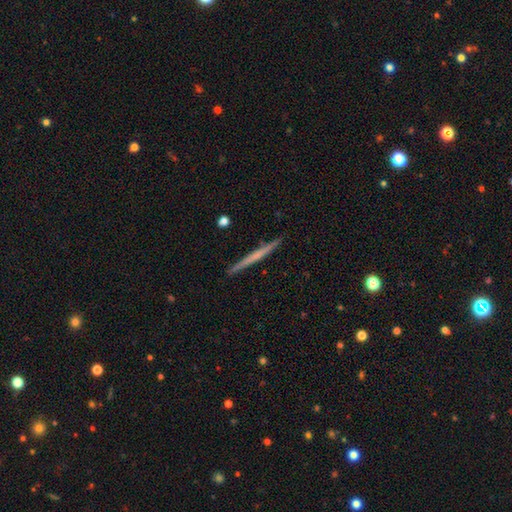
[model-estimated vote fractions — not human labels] Smooth or featured?
  - featured or disk: 53% *
  - smooth: 41%
  - star or artifact: 6%
Edge-on disk?
  - yes: 98% *
  - no: 2%
Edge-on bulge?
  - none: 81% *
  - rounded: 13%
  - boxy: 5%
Merging?
  - none: 92% *
  - minor disturbance: 6%
  - major disturbance: 1%
  - merger: 1%